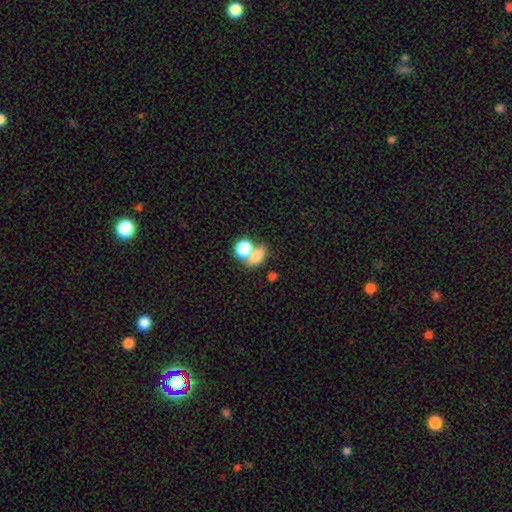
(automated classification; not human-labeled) Morphology: type=smooth (78%); roundness=in between (71%); merging=merger (53%).